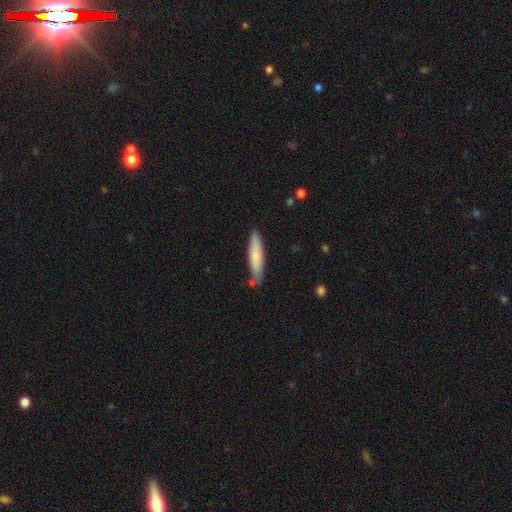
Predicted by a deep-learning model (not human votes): Smooth or featured: smooth — 75% (featured or disk — 20%)
How rounded: cigar-shaped — 81% (in between — 18%)
Merging: none — 70% (minor disturbance — 20%)